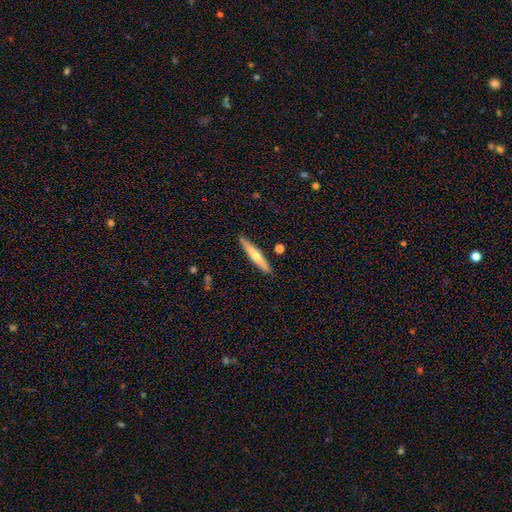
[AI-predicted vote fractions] Smooth or featured: featured or disk — 49% (smooth — 45%)
Merging: none — 89% (minor disturbance — 8%)